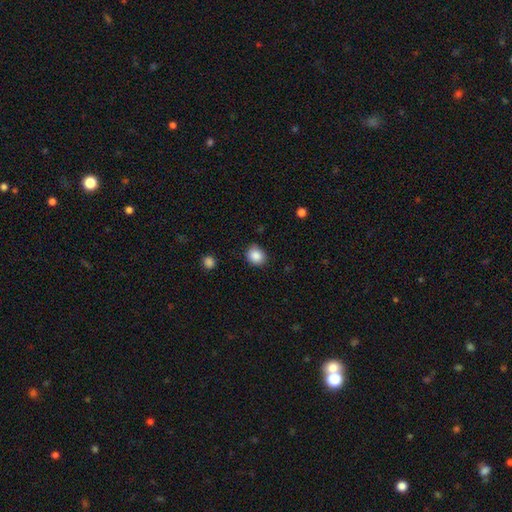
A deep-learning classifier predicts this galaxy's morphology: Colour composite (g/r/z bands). It shows a smooth galaxy with no disk features (87%) that is round (71%). Merging: none (81%).